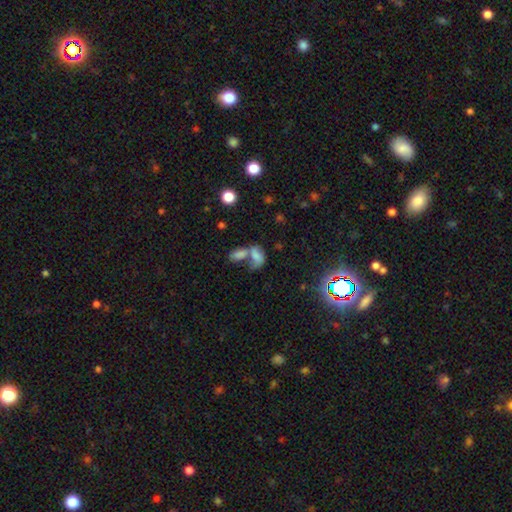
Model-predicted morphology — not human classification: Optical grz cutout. It shows a smooth galaxy with no disk features (66%) that is in between round and cigar-shaped (87%). Merging: merger (67%).